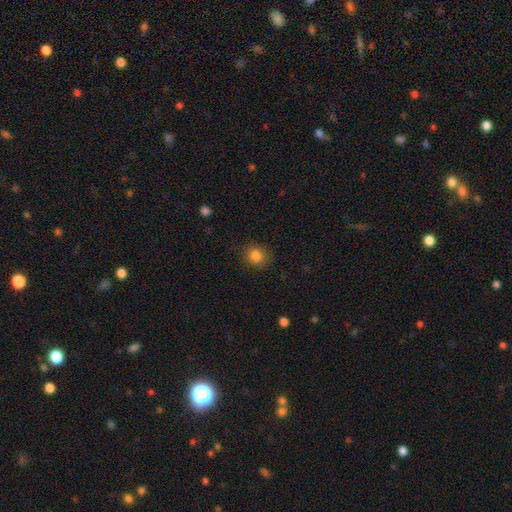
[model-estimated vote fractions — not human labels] smooth_or_featured: smooth (p=0.84) [alt: star or artifact p=0.11]
how_rounded: round (p=0.82) [alt: in between p=0.17]
merging: none (p=0.86) [alt: minor disturbance p=0.10]